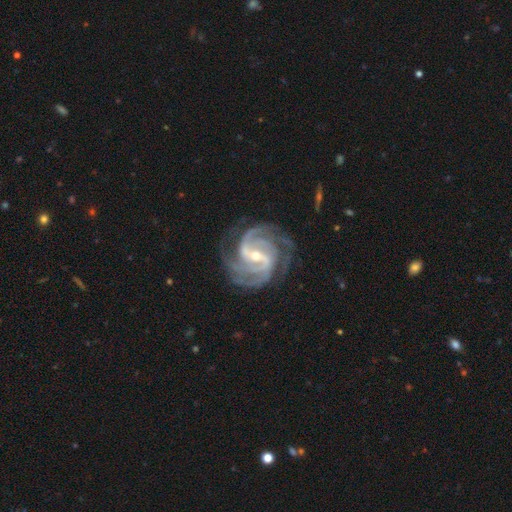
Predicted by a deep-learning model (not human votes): smooth-or-featured: featured or disk: 94% | star or artifact: 4% | smooth: 2%
  disk-edge-on: no: 98% | yes: 2%
    bar: strong: 50% | weak: 39% | no: 12%
    has-spiral-arms: yes: 99% | no: 1%
      spiral-winding: tight: 52% | medium: 42% | loose: 6%
      spiral-arm-count: 3: 36% | 4: 28% | 2: 17% | can't tell: 8% | more than 4: 6% | 1: 5%
    bulge-size: small: 55% | moderate: 42% | large: 1% | none: 1% | dominant: 1%
  merging: none: 77% | minor disturbance: 15% | major disturbance: 6% | merger: 1%